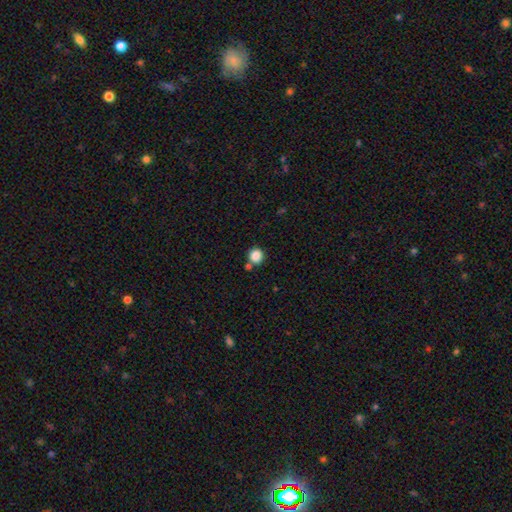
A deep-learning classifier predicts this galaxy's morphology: type=smooth (86%); roundness=round (93%); merging=none (77%).